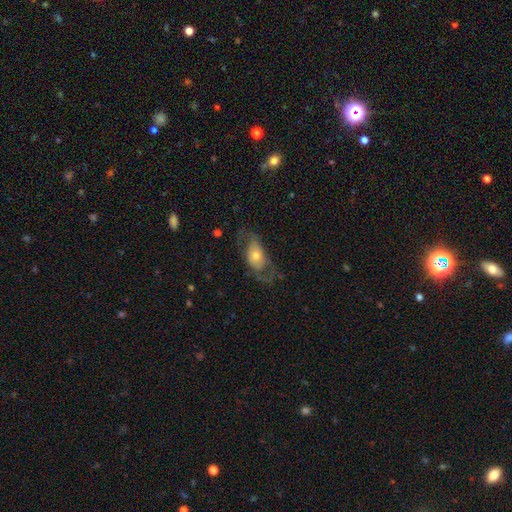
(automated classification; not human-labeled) Smooth or featured: featured or disk — 54% (smooth — 38%)
Edge-on disk: no — 88% (yes — 12%)
Merging: none — 53% (major disturbance — 25%)